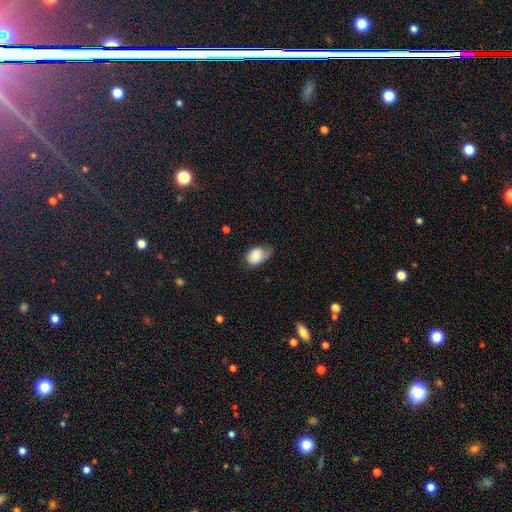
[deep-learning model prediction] Smooth or featured? smooth (81%)
How rounded? in between (82%)
Merging? minor disturbance (44%)